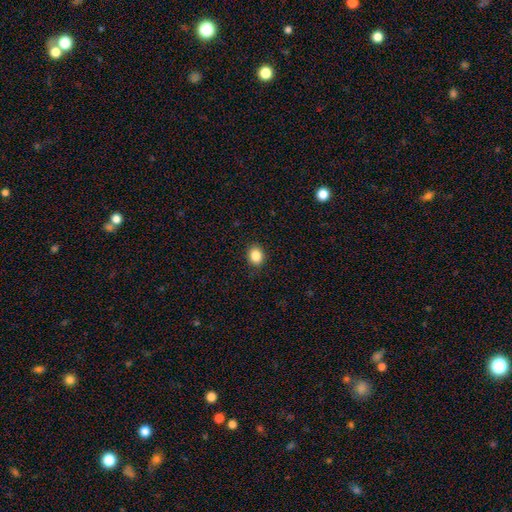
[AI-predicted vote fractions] Morphology: type=smooth (86%); roundness=round (55%); merging=none (90%).